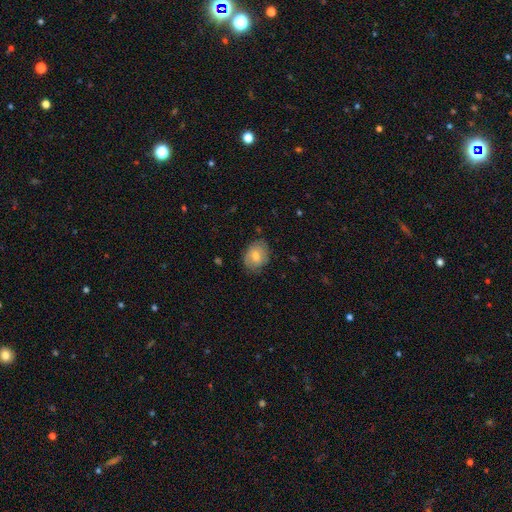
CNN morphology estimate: Q: Smooth or featured?
A: smooth (68%); runner-up: featured or disk (23%)
Q: How rounded?
A: in between (59%); runner-up: round (40%)
Q: Merging?
A: none (79%); runner-up: minor disturbance (17%)